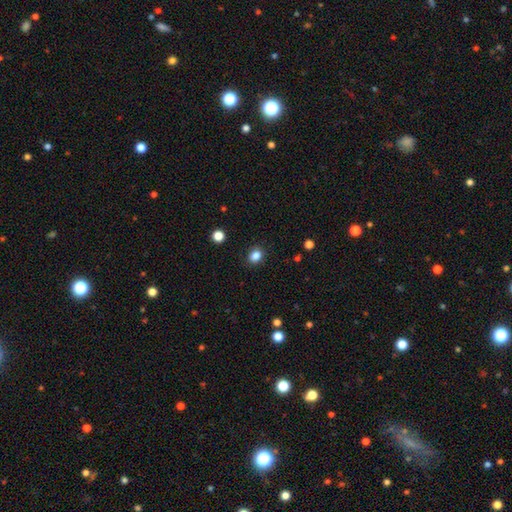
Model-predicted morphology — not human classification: Q: Smooth or featured?
A: smooth (85%); runner-up: star or artifact (11%)
Q: How rounded?
A: round (57%); runner-up: in between (42%)
Q: Merging?
A: none (88%); runner-up: minor disturbance (8%)